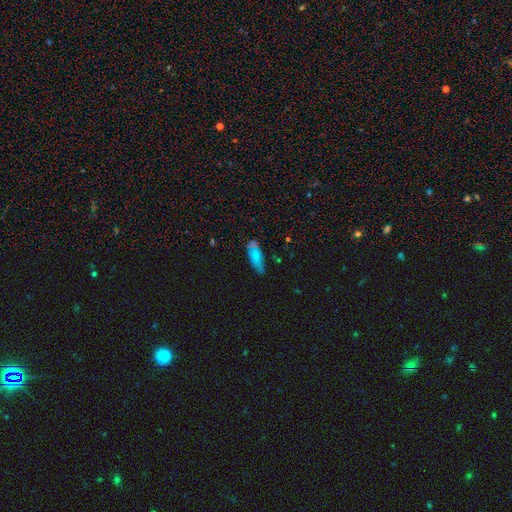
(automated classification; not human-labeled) This appears to be a smooth galaxy with no disk features (72%) that is in between round and cigar-shaped (65%). Merging: none (58%).